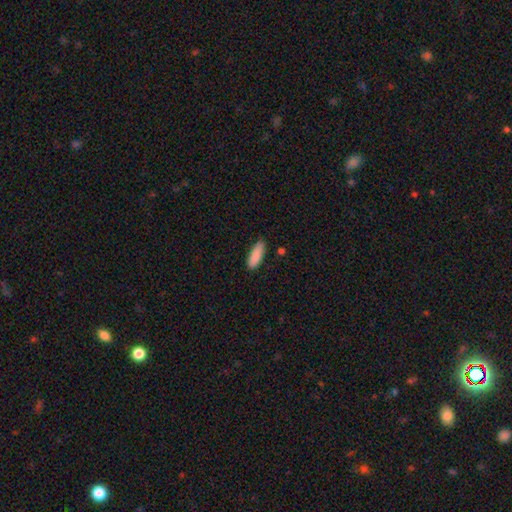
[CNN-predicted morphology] A smooth galaxy with no disk features (88%) that is in between round and cigar-shaped (57%).

Vote fractions:
- Smooth or featured? smooth: 88% / star or artifact: 6% / featured or disk: 6%
- How rounded? in between: 57% / cigar-shaped: 42% / round: 2%
- Merging? none: 83% / minor disturbance: 13% / major disturbance: 2% / merger: 2%